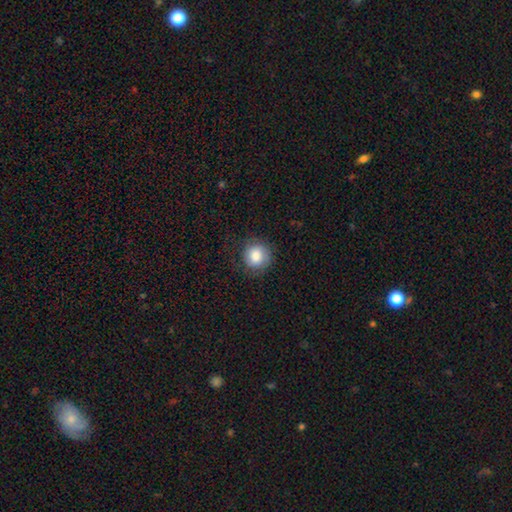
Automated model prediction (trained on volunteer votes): Q: Smooth or featured?
A: smooth (84%); runner-up: star or artifact (8%)
Q: How rounded?
A: round (88%); runner-up: in between (11%)
Q: Merging?
A: none (81%); runner-up: minor disturbance (13%)